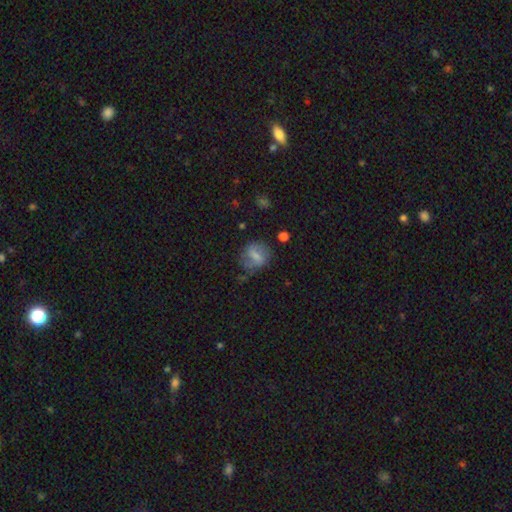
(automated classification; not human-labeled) This is possibly a smooth galaxy (55%). How rounded: possibly round (57%). Merging: possibly none (56%).